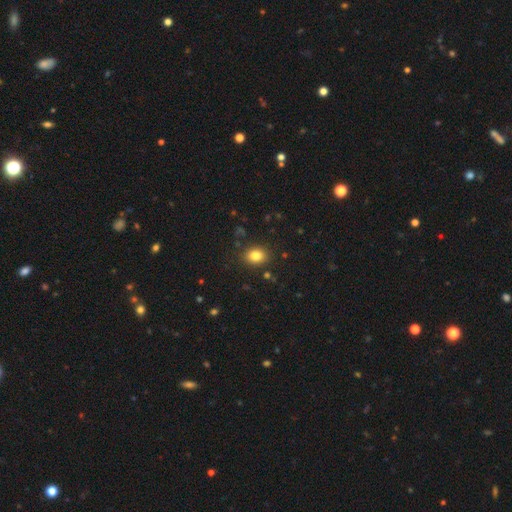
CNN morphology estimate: This appears to be a smooth galaxy with no disk features (82%) that is in between round and cigar-shaped (52%). Merging: none (86%).